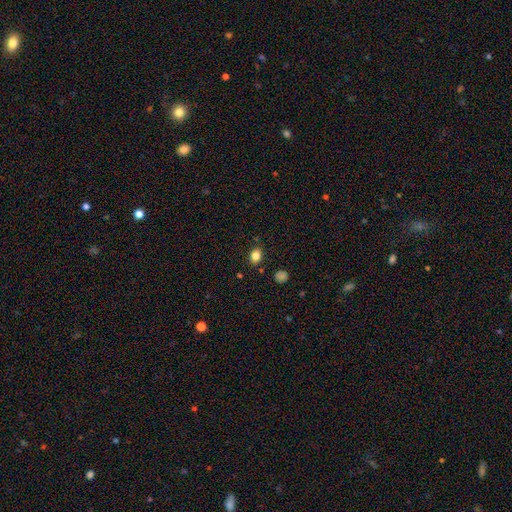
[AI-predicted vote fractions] Smooth or featured? smooth (83%)
How rounded? in between (60%)
Merging? none (86%)